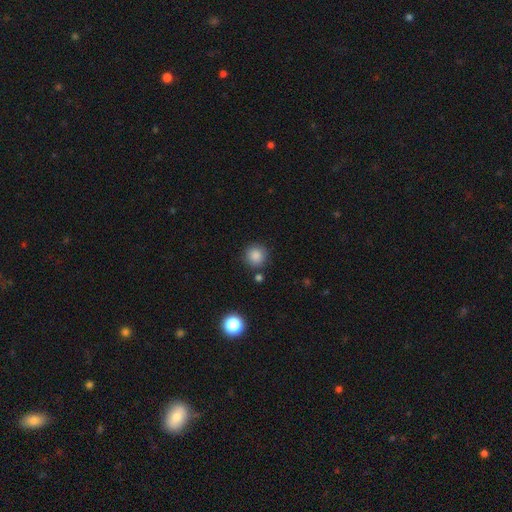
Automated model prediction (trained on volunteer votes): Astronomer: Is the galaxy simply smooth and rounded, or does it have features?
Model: smooth — 86%.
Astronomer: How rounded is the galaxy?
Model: round — 93%.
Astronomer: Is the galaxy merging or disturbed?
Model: none — 86%.